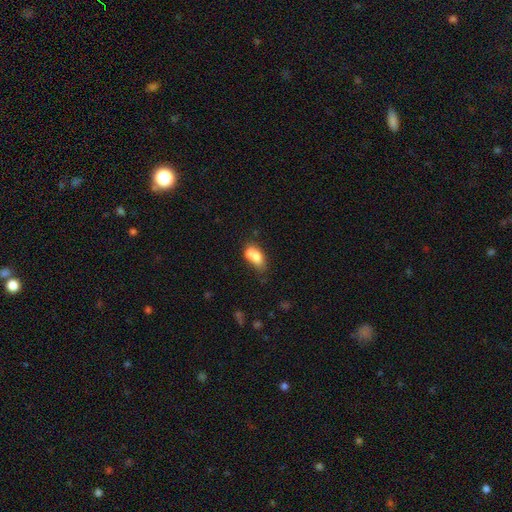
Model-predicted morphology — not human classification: This appears to be a smooth galaxy with no disk features (69%) that is in between round and cigar-shaped (76%). Merging: merger (56%).